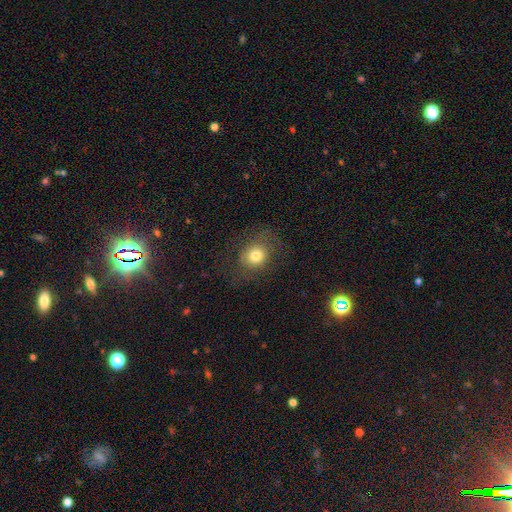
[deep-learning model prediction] A smooth galaxy with no disk features (73%) that is round (69%). Merging: none (70%).